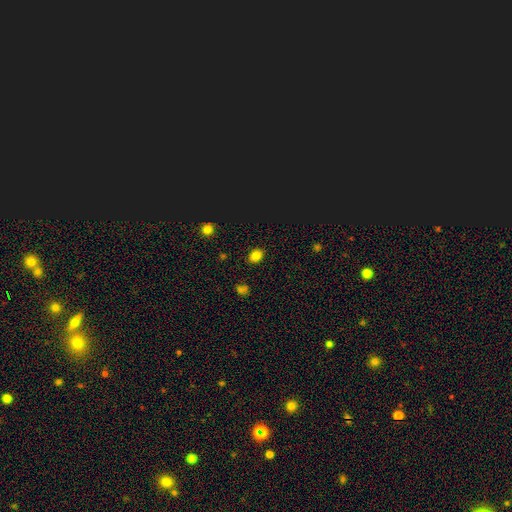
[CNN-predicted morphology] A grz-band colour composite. It shows a smooth galaxy with no disk features (79%) that is in between round and cigar-shaped (58%). Merging: none (87%).